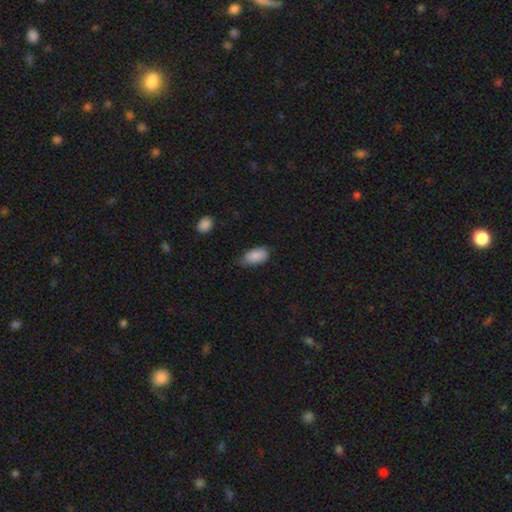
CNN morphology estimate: Smooth or featured?
  - smooth: 85% *
  - featured or disk: 8%
  - star or artifact: 6%
How rounded?
  - in between: 94% *
  - cigar-shaped: 3%
  - round: 3%
Merging?
  - none: 69% *
  - minor disturbance: 25%
  - major disturbance: 4%
  - merger: 1%